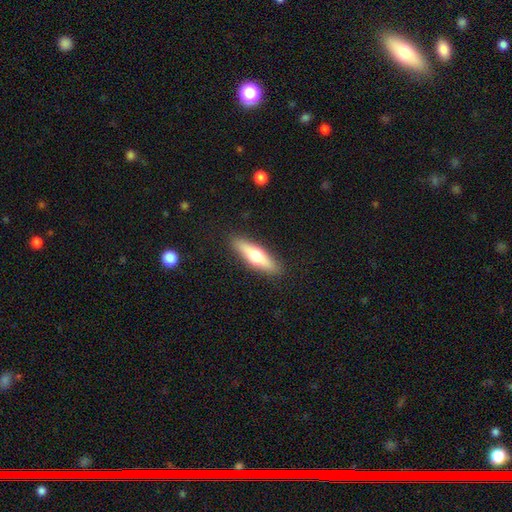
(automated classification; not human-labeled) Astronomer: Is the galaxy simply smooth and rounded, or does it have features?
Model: smooth — 51% (runner-up: featured or disk, 43%).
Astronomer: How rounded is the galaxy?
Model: cigar-shaped — 67%.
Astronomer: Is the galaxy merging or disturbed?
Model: none — 89%.